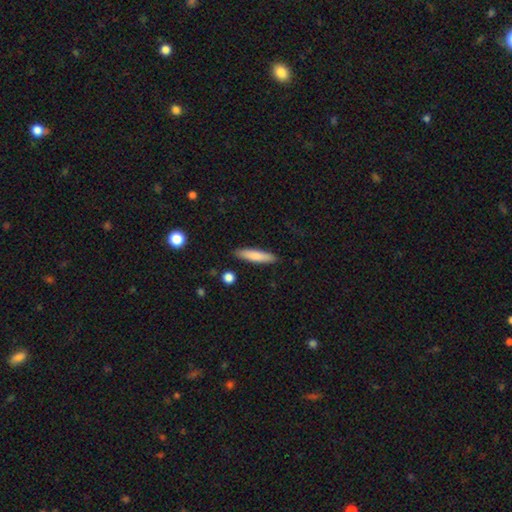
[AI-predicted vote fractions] smooth-or-featured: smooth: 81% | featured or disk: 13% | star or artifact: 6%
  how-rounded: cigar-shaped: 81% | in between: 17% | round: 1%
  merging: none: 88% | minor disturbance: 8% | major disturbance: 2% | merger: 2%